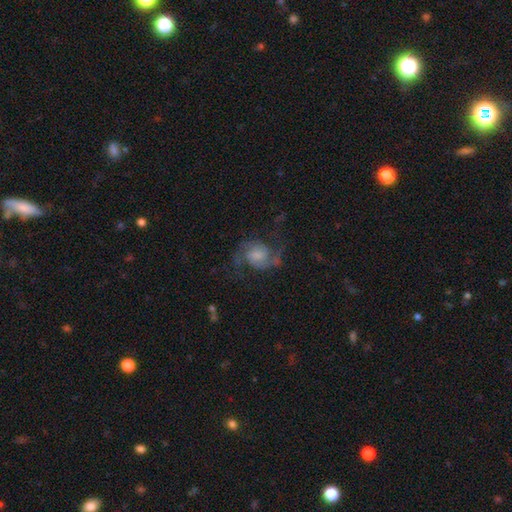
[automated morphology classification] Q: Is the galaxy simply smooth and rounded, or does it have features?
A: featured or disk — 83%.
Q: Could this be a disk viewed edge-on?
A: no — 98%.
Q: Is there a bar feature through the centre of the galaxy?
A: no — 58%.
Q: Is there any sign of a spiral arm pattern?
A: yes — 97%.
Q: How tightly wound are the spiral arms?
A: medium — 53%.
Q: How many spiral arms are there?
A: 2 — 89%.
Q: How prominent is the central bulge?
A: small — 40%.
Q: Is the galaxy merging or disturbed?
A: none — 72%.